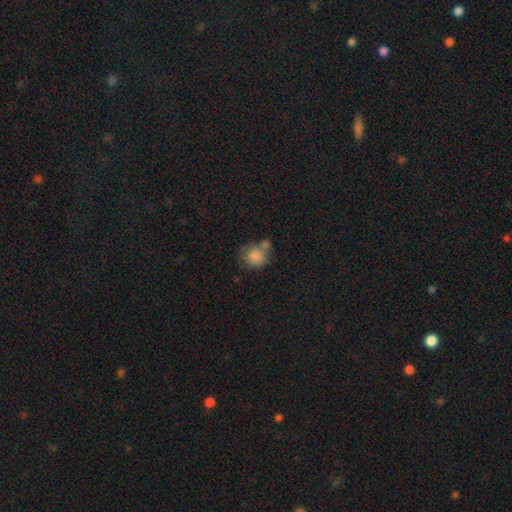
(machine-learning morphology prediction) Smooth or featured: smooth — 83% (star or artifact — 9%)
How rounded: round — 78% (in between — 21%)
Merging: none — 43% (merger — 31%)